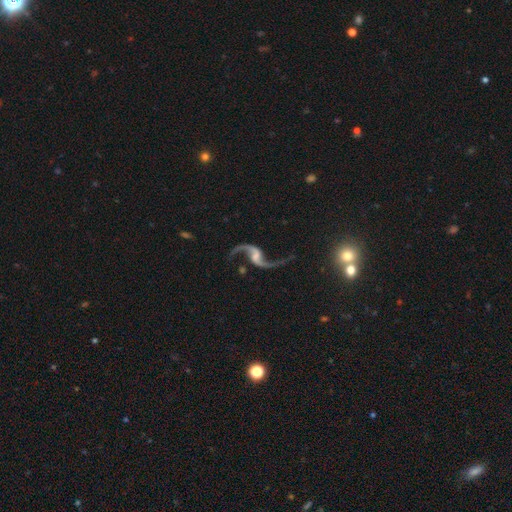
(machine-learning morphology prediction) smooth_or_featured: featured or disk (p=0.93) [alt: star or artifact p=0.04]
disk_edge_on: no (p=0.97) [alt: yes p=0.03]
bar: weak (p=0.43) [alt: no p=0.40]
has_spiral_arms: yes (p=0.98) [alt: no p=0.02]
spiral_winding: loose (p=0.92) [alt: medium p=0.06]
spiral_arm_count: 2 (p=0.94) [alt: 1 p=0.02]
bulge_size: none (p=0.35) [alt: small p=0.33]
merging: none (p=0.76) [alt: minor disturbance p=0.12]